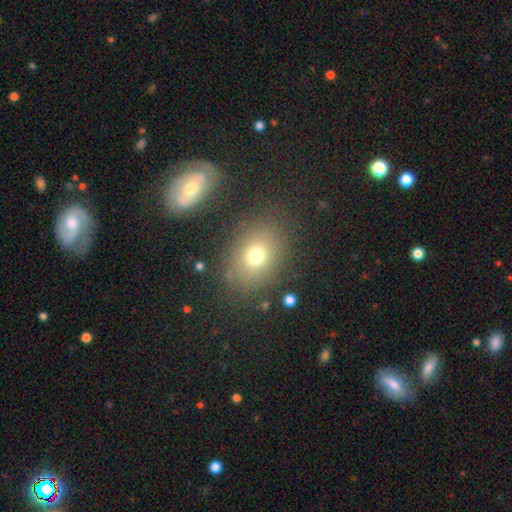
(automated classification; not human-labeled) This is likely a smooth galaxy (72%). How rounded: possibly in between (52%). Merging: clearly none (82%).